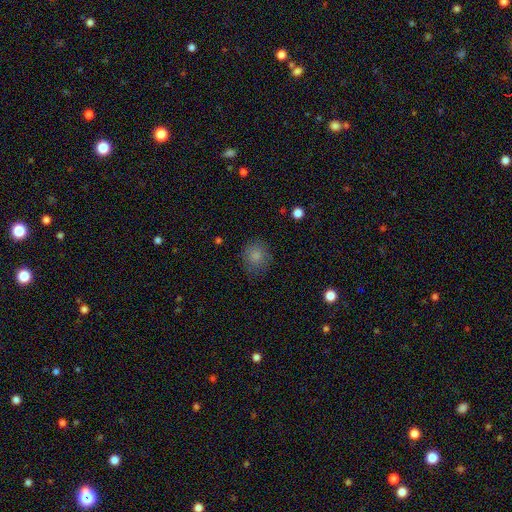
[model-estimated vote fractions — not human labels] Smooth or featured? Predicted: smooth (p=0.83). How rounded? Predicted: round (p=0.80). Merging? Predicted: none (p=0.80).